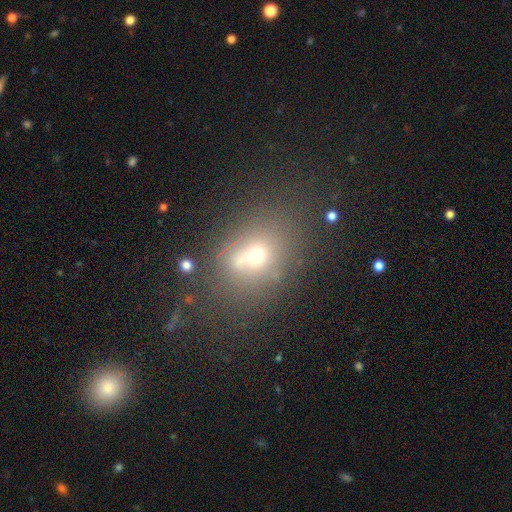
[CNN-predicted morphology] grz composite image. It shows a smooth galaxy with no disk features (60%) that is round (55%). Merging: none (58%).